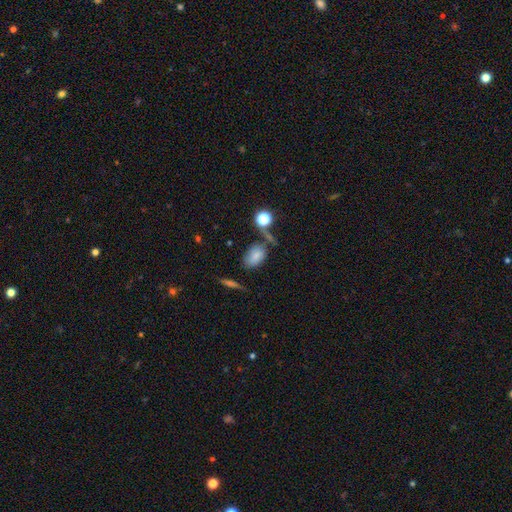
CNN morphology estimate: smooth_or_featured: smooth (p=0.79) [alt: star or artifact p=0.11]
how_rounded: in between (p=0.83) [alt: round p=0.15]
merging: none (p=0.54) [alt: minor disturbance p=0.21]